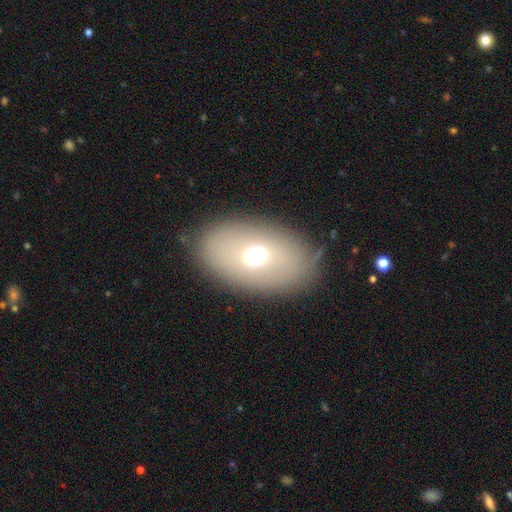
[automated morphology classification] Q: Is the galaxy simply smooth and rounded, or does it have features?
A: smooth — 57%.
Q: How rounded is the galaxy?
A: in between — 84%.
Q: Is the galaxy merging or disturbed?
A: none — 81%.